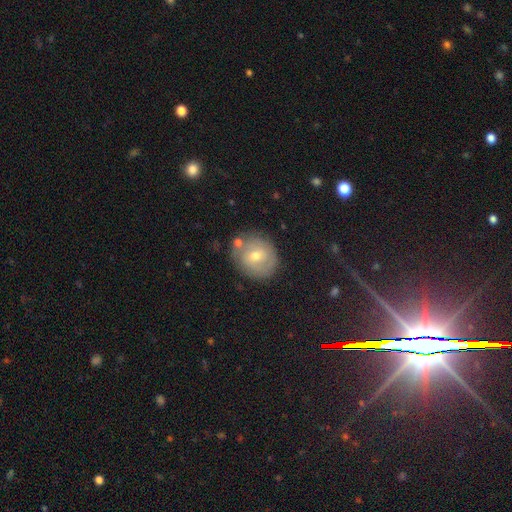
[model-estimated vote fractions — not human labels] Overall: smooth (49%; featured or disk 42%). Merging: none (75%).